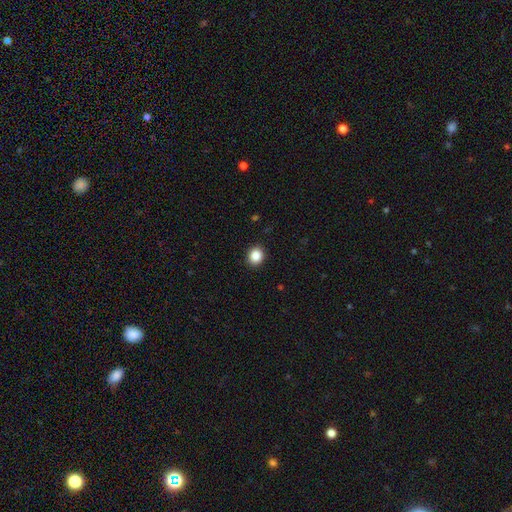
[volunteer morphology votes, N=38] Smooth or featured: smooth — 82% (star or artifact — 11%)
How rounded: round — 77% (in between — 23%)
Merging: none — 91% (minor disturbance — 9%)